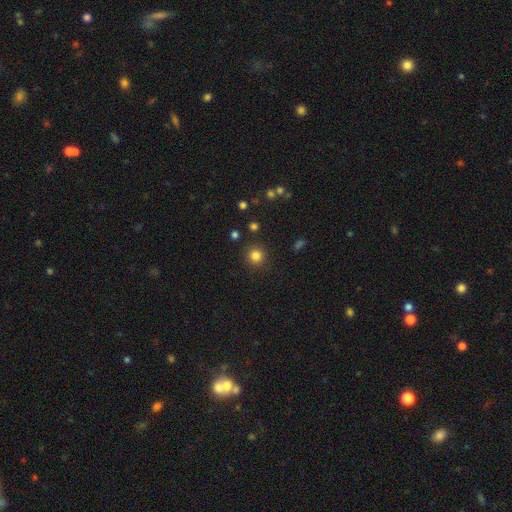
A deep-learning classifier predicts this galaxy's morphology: Smooth or featured: smooth — 82% (star or artifact — 13%)
How rounded: round — 94% (in between — 5%)
Merging: none — 90% (minor disturbance — 6%)